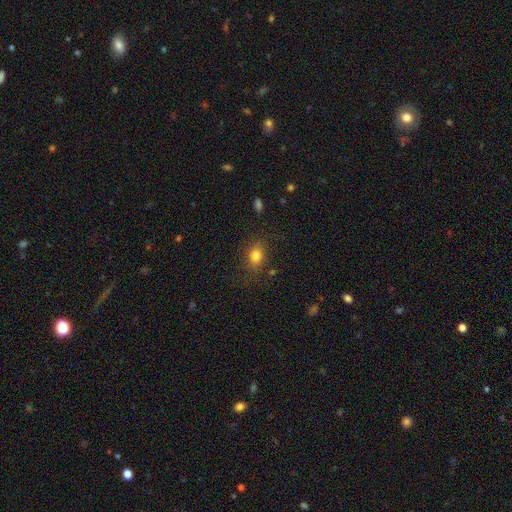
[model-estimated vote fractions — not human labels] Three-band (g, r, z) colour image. It shows a smooth galaxy with no disk features (81%) that is in between round and cigar-shaped (64%). Merging: none (79%).